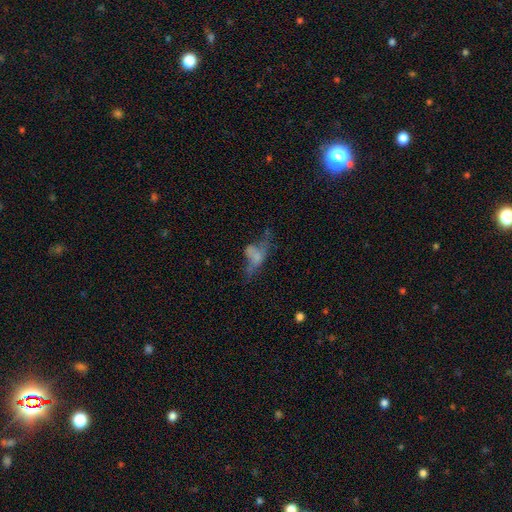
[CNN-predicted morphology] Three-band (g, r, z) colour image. It shows a smooth galaxy with no disk features (43%). Merging: major disturbance (43%).